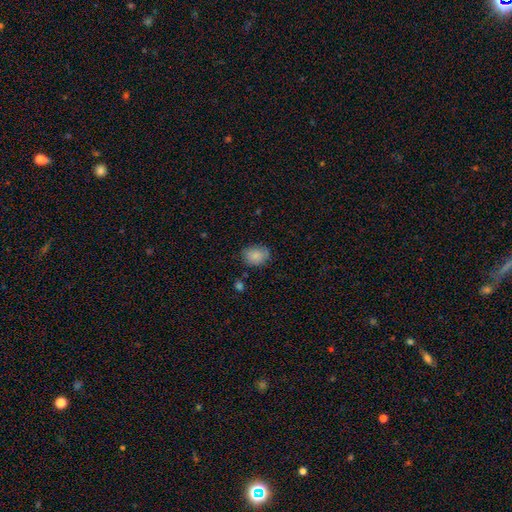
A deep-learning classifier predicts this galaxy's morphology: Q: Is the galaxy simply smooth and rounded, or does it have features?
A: smooth — 84%.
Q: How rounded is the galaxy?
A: in between — 59%.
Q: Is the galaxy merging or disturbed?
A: none — 73%.